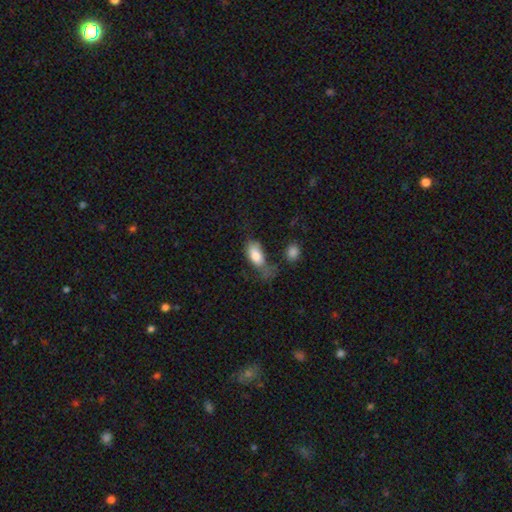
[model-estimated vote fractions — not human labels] smooth 80%, featured or disk 12%, star or artifact 7%. Down the decision tree: how rounded — in between (91%); merging — none (32%).